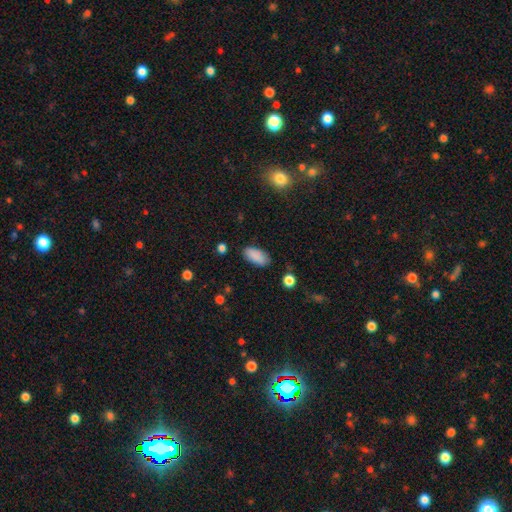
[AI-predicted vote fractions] Q: Smooth or featured?
A: smooth (88%); runner-up: star or artifact (8%)
Q: How rounded?
A: in between (91%); runner-up: cigar-shaped (6%)
Q: Merging?
A: none (84%); runner-up: minor disturbance (12%)